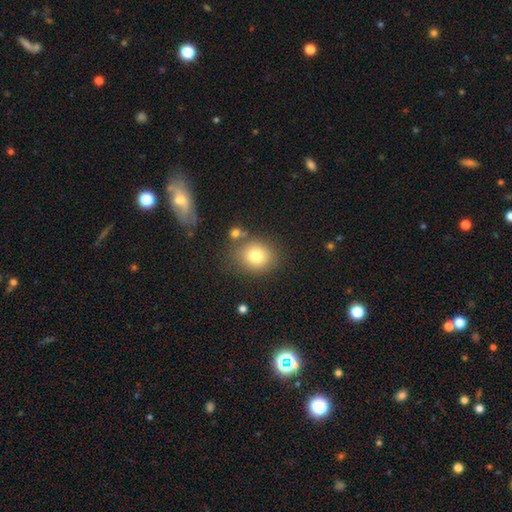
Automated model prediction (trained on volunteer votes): smooth-or-featured: smooth: 80% | star or artifact: 10% | featured or disk: 10%
  how-rounded: round: 71% | in between: 28% | cigar-shaped: 1%
  merging: none: 73% | minor disturbance: 13% | merger: 9% | major disturbance: 5%